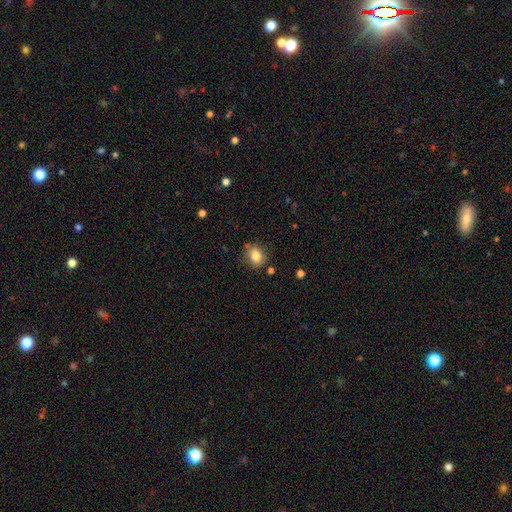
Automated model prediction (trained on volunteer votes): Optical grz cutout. It shows a smooth galaxy with no disk features (81%) that is round (63%). Merging: none (75%).